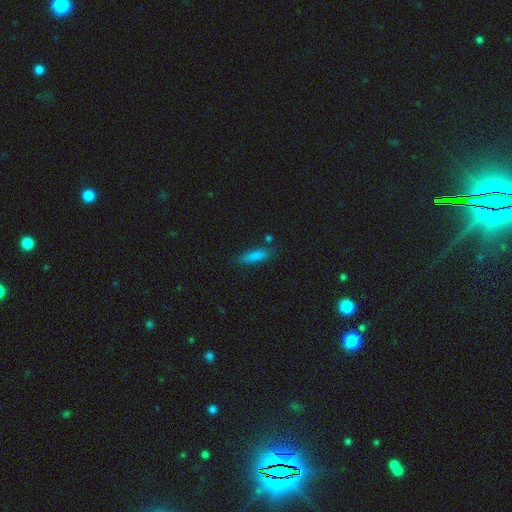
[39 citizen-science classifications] A smooth galaxy with no disk features (69%) that is cigar-shaped (59%).

Vote fractions:
- Smooth or featured? smooth: 69% / featured or disk: 21% / star or artifact: 10%
- How rounded? cigar-shaped: 59% / in between: 37% / round: 4%
- Merging? none: 89% / minor disturbance: 9% / merger: 3% / major disturbance: 0%